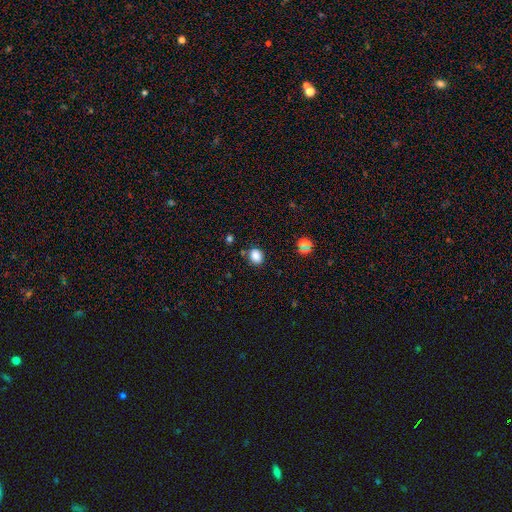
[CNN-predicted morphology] Overall: smooth (83%). How rounded: round (54%; in between 45%). Merging: none (81%).